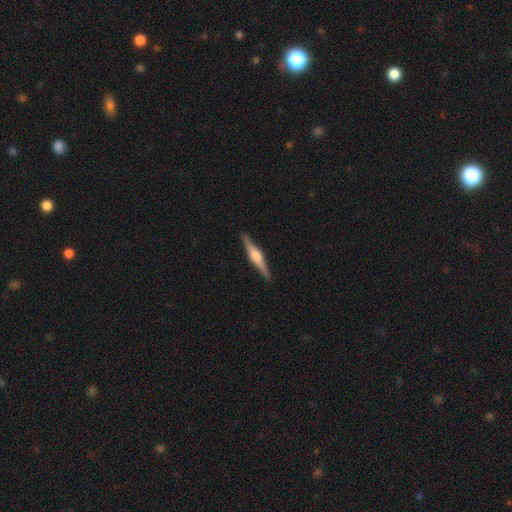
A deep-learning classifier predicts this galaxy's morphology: A featured or disk galaxy (77%) viewed edge-on (98%) with a rounded central bulge (82%).

Vote fractions:
- Smooth or featured? featured or disk: 77% / smooth: 18% / star or artifact: 5%
- Edge-on disk? yes: 98% / no: 2%
- Edge-on bulge? rounded: 82% / boxy: 15% / none: 4%
- Merging? none: 91% / minor disturbance: 6% / major disturbance: 1% / merger: 1%